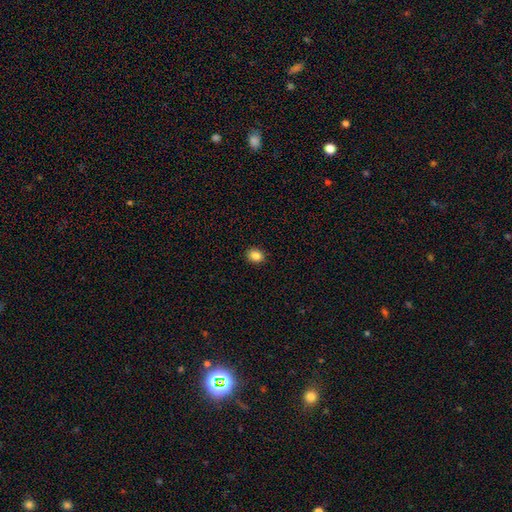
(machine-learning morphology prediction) A smooth galaxy with no disk features (85%) that is round (56%). Merging: none (91%).